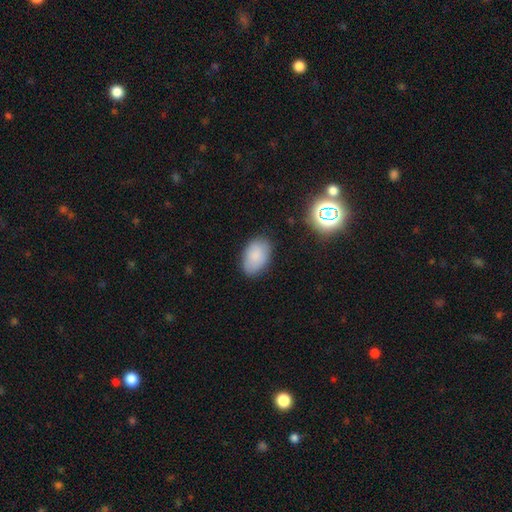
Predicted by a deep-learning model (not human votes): Smooth or featured? smooth (85%)
How rounded? in between (91%)
Merging? none (82%)